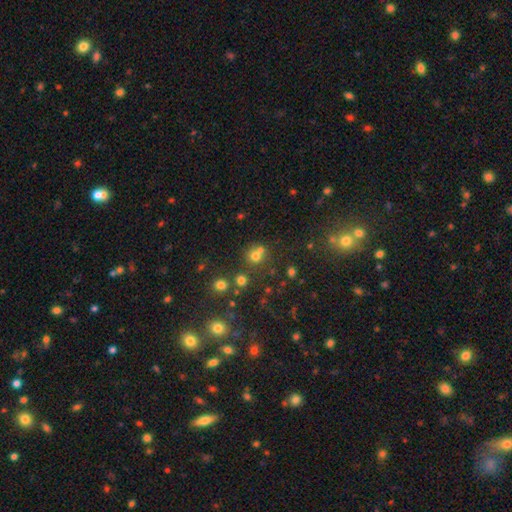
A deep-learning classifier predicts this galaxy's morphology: A smooth galaxy with no disk features (67%) that is round (87%).

Vote fractions:
- Smooth or featured? smooth: 67% / star or artifact: 22% / featured or disk: 11%
- How rounded? round: 87% / in between: 12% / cigar-shaped: 1%
- Merging? none: 57% / merger: 31% / minor disturbance: 8% / major disturbance: 4%